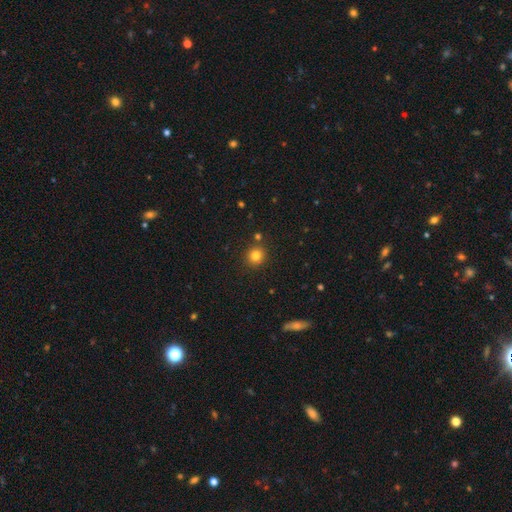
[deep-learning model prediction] smooth-or-featured: smooth: 81% | star or artifact: 13% | featured or disk: 6%
  how-rounded: round: 89% | in between: 10% | cigar-shaped: 1%
  merging: none: 86% | minor disturbance: 7% | merger: 5% | major disturbance: 2%